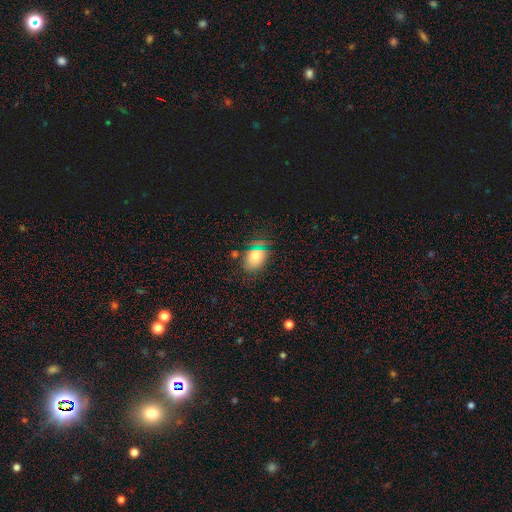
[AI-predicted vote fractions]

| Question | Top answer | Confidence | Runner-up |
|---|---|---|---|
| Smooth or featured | smooth | 71% | star or artifact (19%) |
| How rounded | in between | 66% | round (31%) |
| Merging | none | 74% | minor disturbance (16%) |